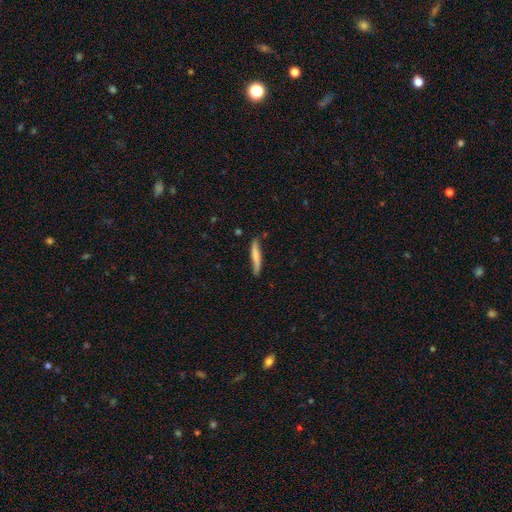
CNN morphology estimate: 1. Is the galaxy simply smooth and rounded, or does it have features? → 65% smooth, 29% featured or disk, 5% star or artifact.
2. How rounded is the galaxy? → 92% cigar-shaped, 6% in between, 1% round.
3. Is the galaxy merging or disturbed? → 73% none, 21% minor disturbance, 3% major disturbance, 3% merger.